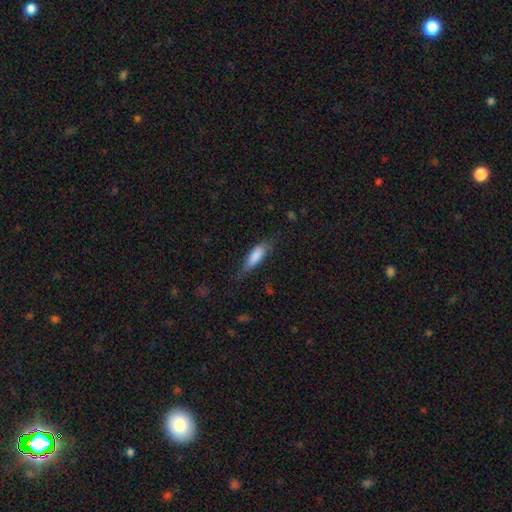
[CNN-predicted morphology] This is clearly a smooth galaxy (80%). How rounded: possibly in between (54%). Merging: likely none (60%).